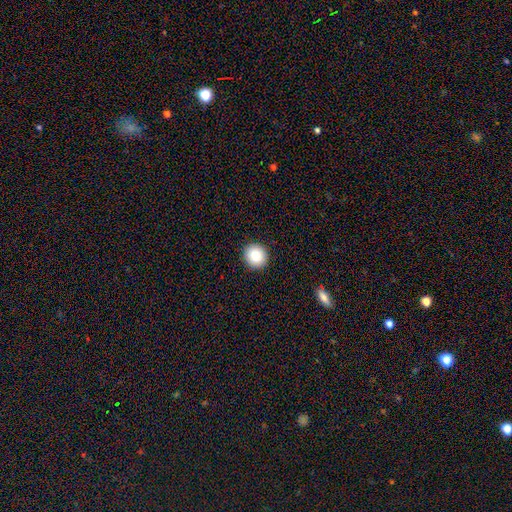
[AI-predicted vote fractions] Smooth or featured: smooth — 85% (star or artifact — 9%)
How rounded: round — 91% (in between — 8%)
Merging: none — 93% (minor disturbance — 5%)